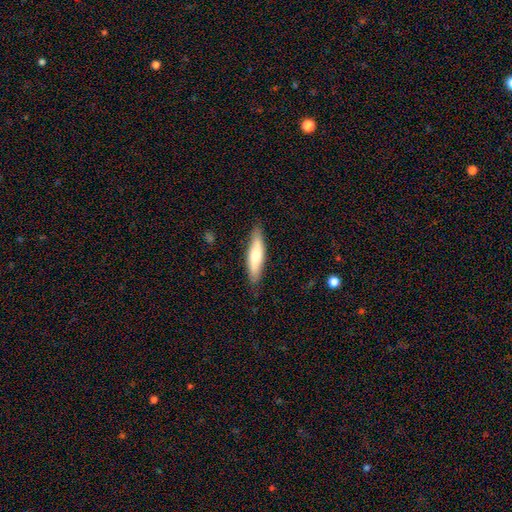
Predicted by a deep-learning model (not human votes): Smooth or featured? Predicted: smooth (p=0.64). How rounded? Predicted: cigar-shaped (p=0.72). Merging? Predicted: none (p=0.85).